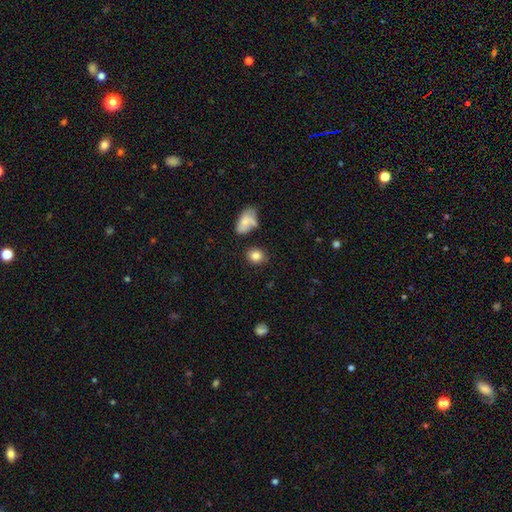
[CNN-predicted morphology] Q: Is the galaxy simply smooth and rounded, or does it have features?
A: smooth — 84%.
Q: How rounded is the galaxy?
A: round — 67%.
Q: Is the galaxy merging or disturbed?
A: none — 76%.